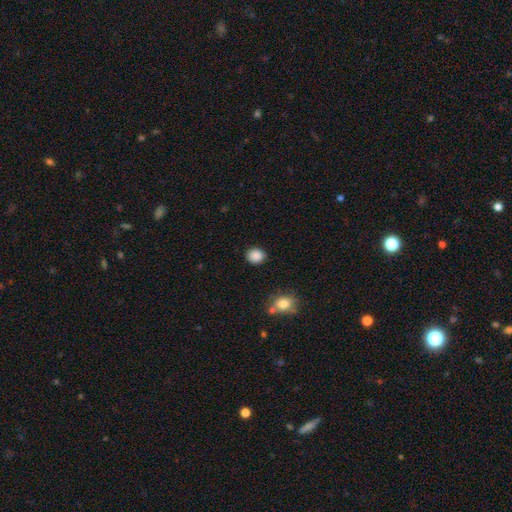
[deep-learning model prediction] This appears to be a smooth galaxy with no disk features (88%) that is round (76%). Merging: none (86%).